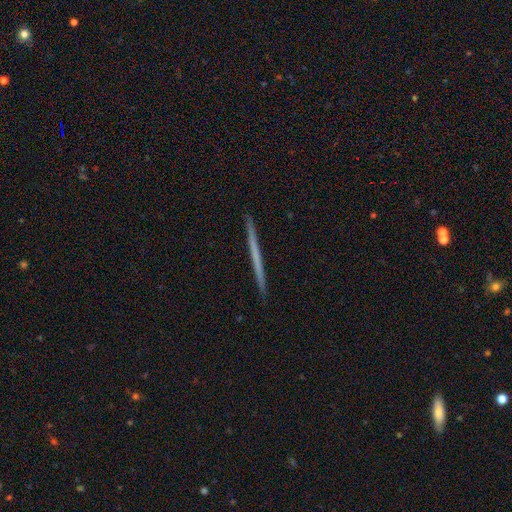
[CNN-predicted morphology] This appears to be a featured or disk galaxy (52%) viewed edge-on (98%) with no central bulge (94%). Merging: none (94%).